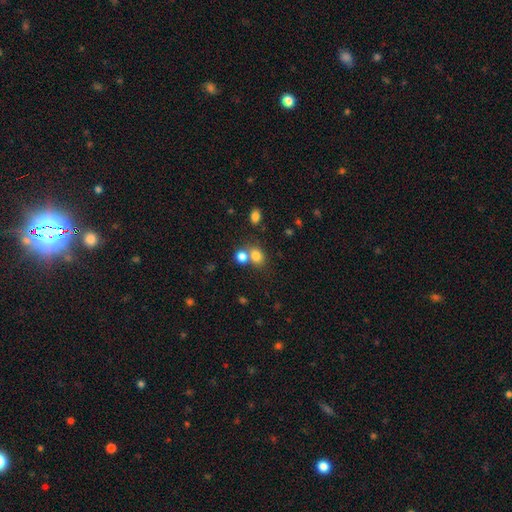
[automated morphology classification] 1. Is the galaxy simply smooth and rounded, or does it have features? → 78% smooth, 13% star or artifact, 9% featured or disk.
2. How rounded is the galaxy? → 60% round, 39% in between, 1% cigar-shaped.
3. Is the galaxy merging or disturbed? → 48% none, 40% merger, 9% minor disturbance, 4% major disturbance.